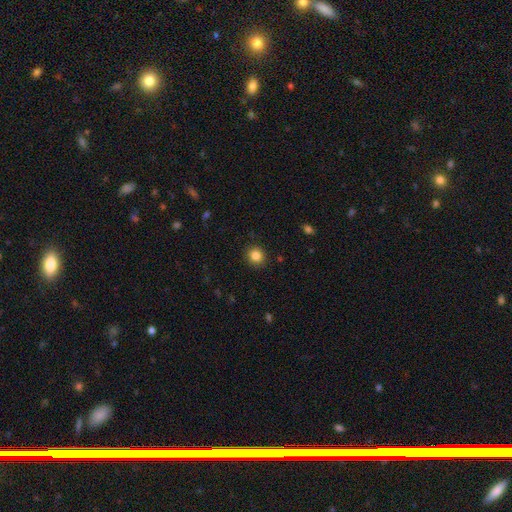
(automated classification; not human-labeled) smooth_or_featured: smooth (p=0.84) [alt: star or artifact p=0.11]
how_rounded: round (p=0.86) [alt: in between p=0.13]
merging: none (p=0.91) [alt: minor disturbance p=0.06]